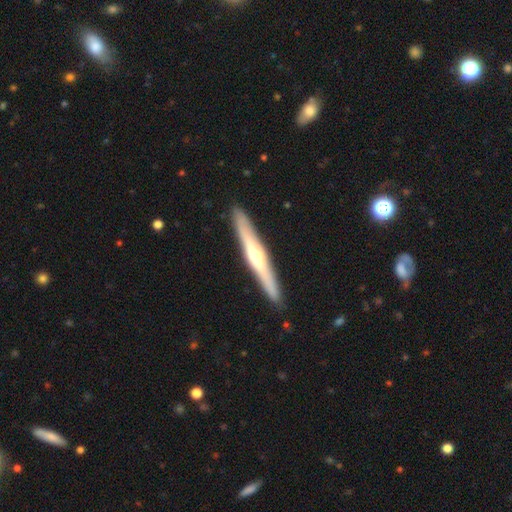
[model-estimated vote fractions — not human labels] This is likely a featured or disk galaxy (66%). It is clearly viewed edge-on (95%). Edge-on bulge: clearly rounded (86%). Merging: clearly none (91%).